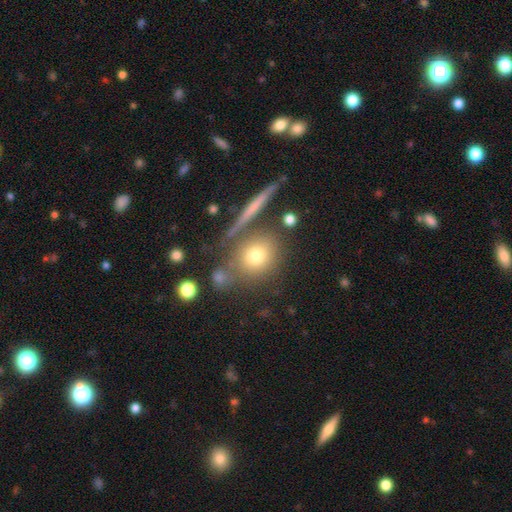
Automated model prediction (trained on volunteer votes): Q: Smooth or featured?
A: smooth (71%); runner-up: featured or disk (16%)
Q: How rounded?
A: round (78%); runner-up: in between (18%)
Q: Merging?
A: none (70%); runner-up: merger (13%)